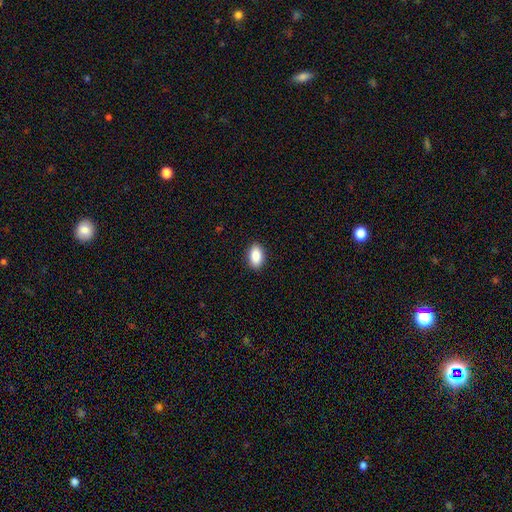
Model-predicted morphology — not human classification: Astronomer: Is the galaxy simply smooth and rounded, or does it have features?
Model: smooth — 89%.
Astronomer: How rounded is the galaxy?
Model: in between — 92%.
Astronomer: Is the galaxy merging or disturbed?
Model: none — 90%.